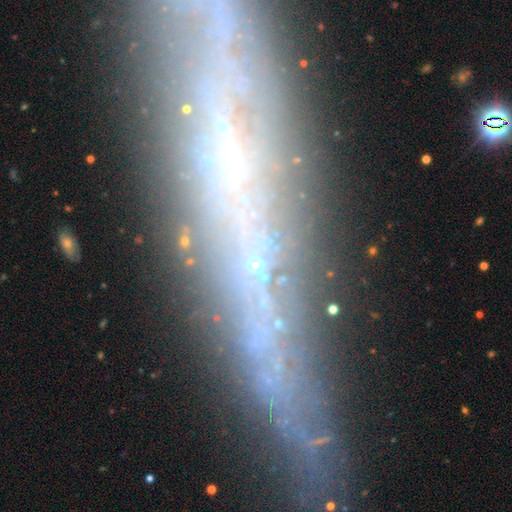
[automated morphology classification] smooth-or-featured: featured or disk: 59% | smooth: 21% | star or artifact: 20%
  disk-edge-on: yes: 74% | no: 26%
  merging: none: 74% | minor disturbance: 16% | major disturbance: 6% | merger: 4%